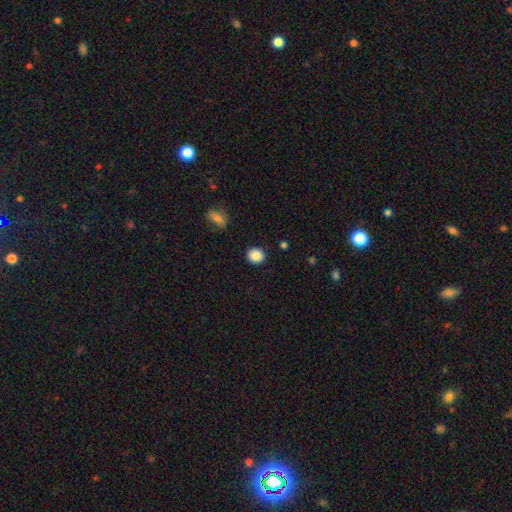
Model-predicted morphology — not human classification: This is clearly a smooth galaxy (88%). How rounded: clearly round (84%). Merging: clearly none (90%).